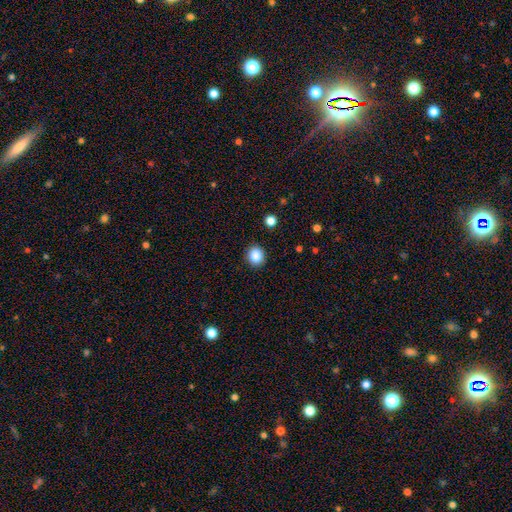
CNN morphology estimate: This is clearly a smooth galaxy (86%). How rounded: likely round (79%). Merging: clearly none (90%).